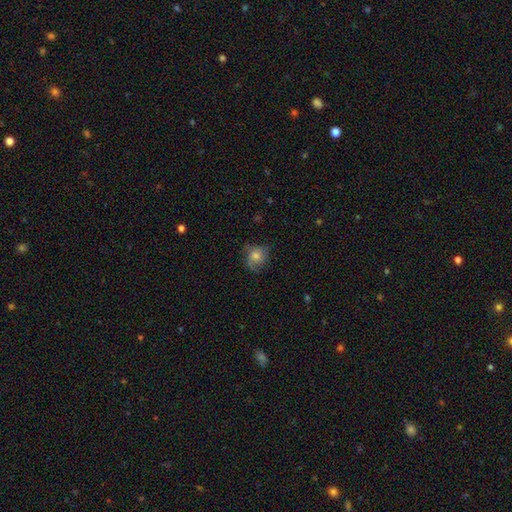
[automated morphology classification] smooth-or-featured: smooth: 45% | featured or disk: 41% | star or artifact: 14%
  merging: none: 65% | minor disturbance: 22% | major disturbance: 11% | merger: 1%